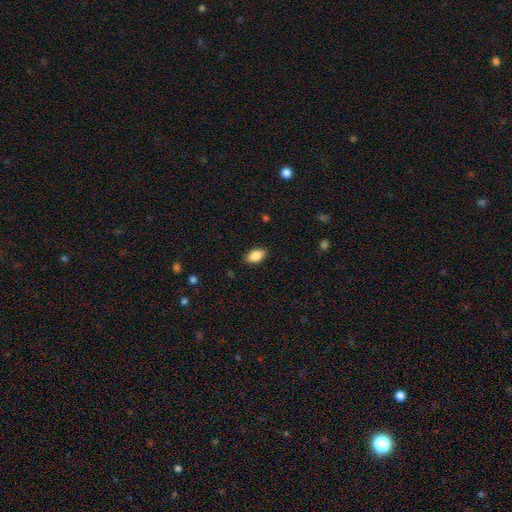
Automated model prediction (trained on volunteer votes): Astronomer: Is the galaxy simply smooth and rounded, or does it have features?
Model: smooth — 87%.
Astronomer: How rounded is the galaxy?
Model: in between — 92%.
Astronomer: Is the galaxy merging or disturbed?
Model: none — 88%.